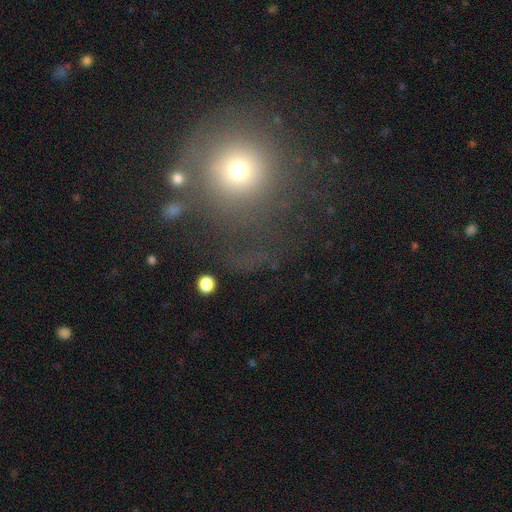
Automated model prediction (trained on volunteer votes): smooth-or-featured: smooth: 57% | star or artifact: 23% | featured or disk: 20%
  how-rounded: round: 92% | in between: 7% | cigar-shaped: 1%
  merging: none: 58% | major disturbance: 21% | minor disturbance: 15% | merger: 5%